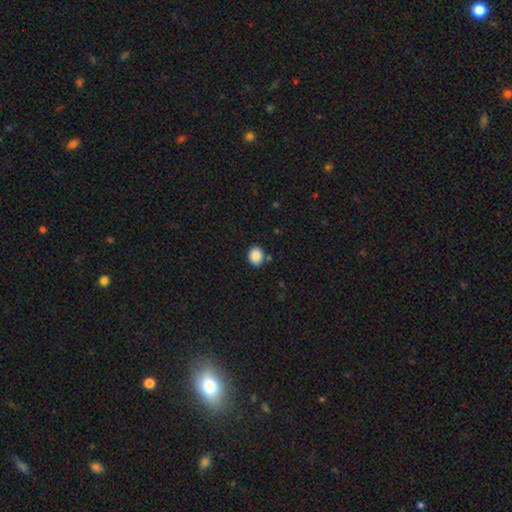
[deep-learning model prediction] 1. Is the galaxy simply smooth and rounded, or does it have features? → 88% smooth, 9% star or artifact, 3% featured or disk.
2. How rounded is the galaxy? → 64% round, 35% in between, 1% cigar-shaped.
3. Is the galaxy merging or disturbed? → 84% none, 10% minor disturbance, 3% merger, 3% major disturbance.